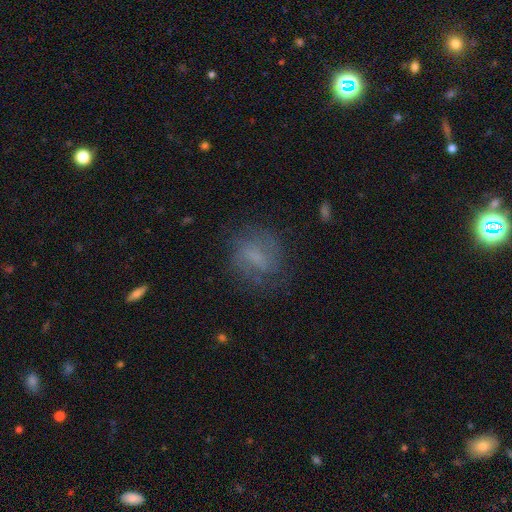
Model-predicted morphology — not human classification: Smooth or featured: featured or disk — 46% (smooth — 42%)
Merging: none — 69% (minor disturbance — 18%)